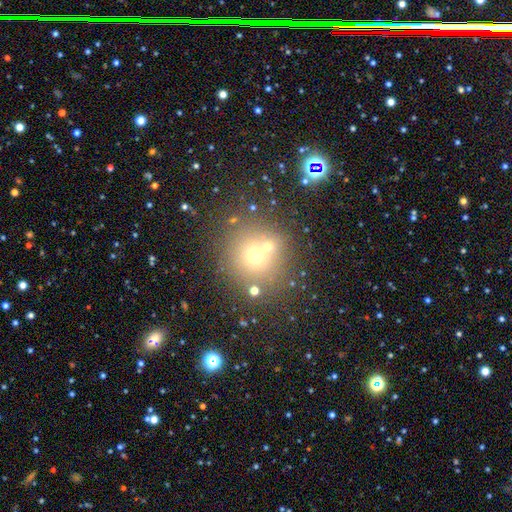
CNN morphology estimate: A smooth galaxy with no disk features (61%) that is round (88%). Merging: none (64%).